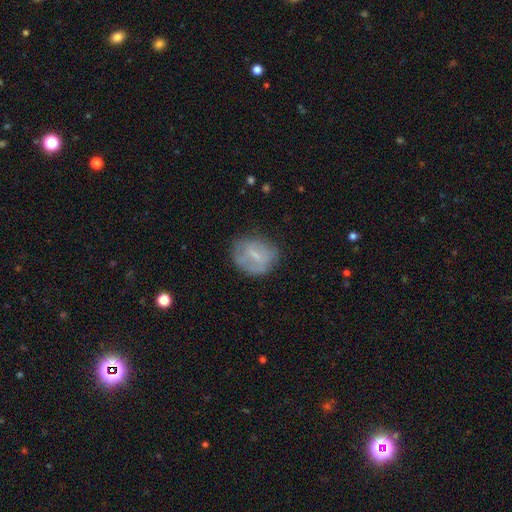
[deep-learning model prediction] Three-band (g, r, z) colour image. It shows a smooth galaxy with no disk features (52%) that is round (58%). Merging: none (63%).